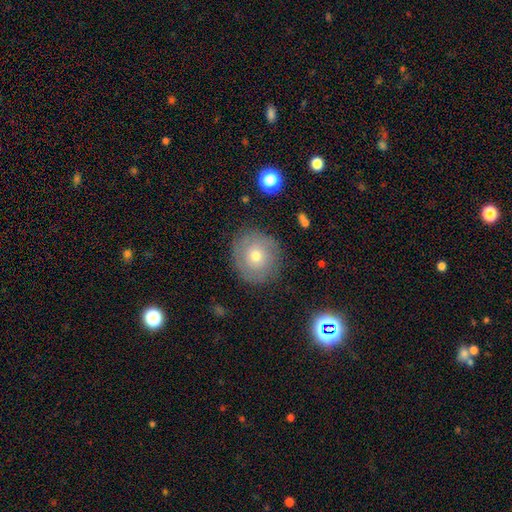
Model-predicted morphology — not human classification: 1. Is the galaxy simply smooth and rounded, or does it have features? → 50% smooth, 38% featured or disk, 12% star or artifact.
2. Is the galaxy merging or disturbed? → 83% none, 12% minor disturbance, 4% major disturbance, 1% merger.